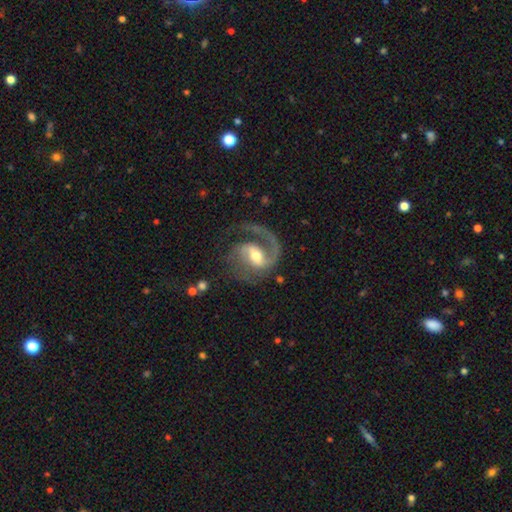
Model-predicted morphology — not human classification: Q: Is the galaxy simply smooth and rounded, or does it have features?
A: featured or disk — 90%.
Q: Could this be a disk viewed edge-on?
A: no — 98%.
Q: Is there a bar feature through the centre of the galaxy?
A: weak — 51%.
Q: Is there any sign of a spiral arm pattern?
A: yes — 97%.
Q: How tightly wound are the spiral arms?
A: medium — 54%.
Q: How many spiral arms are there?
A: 2 — 49%.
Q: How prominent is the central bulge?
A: moderate — 67%.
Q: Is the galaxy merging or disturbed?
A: none — 58%.